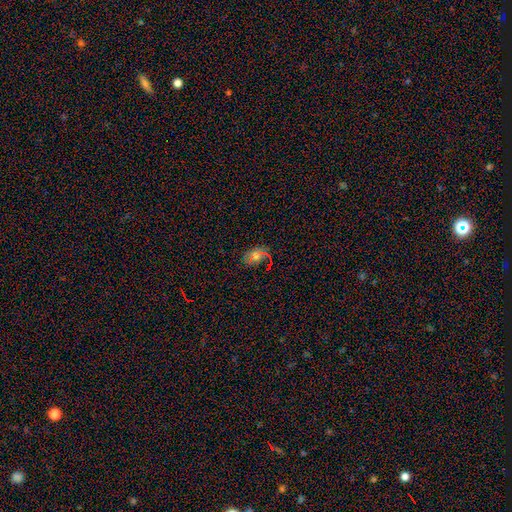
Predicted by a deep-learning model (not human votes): Q: Smooth or featured?
A: smooth (57%); runner-up: star or artifact (24%)
Q: How rounded?
A: in between (84%); runner-up: round (13%)
Q: Merging?
A: none (71%); runner-up: minor disturbance (19%)